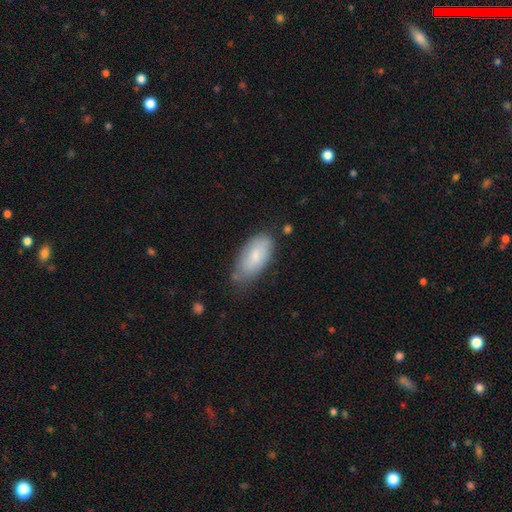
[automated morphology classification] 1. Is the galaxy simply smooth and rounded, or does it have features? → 74% smooth, 19% featured or disk, 6% star or artifact.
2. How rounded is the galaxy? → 91% in between, 7% cigar-shaped, 2% round.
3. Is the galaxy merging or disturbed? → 61% none, 30% minor disturbance, 6% major disturbance, 3% merger.